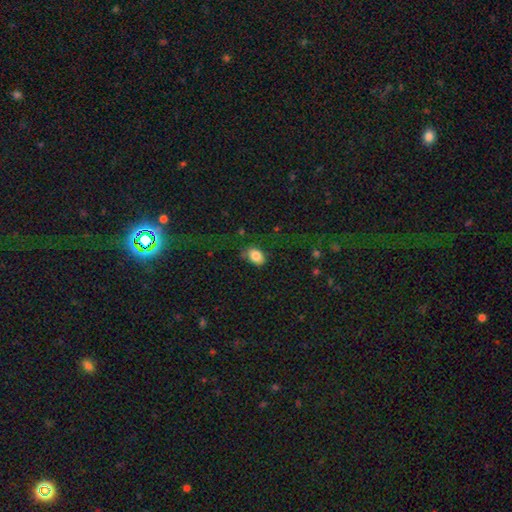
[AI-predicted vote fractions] Overall: smooth (84%). How rounded: in between (82%). Merging: none (70%).